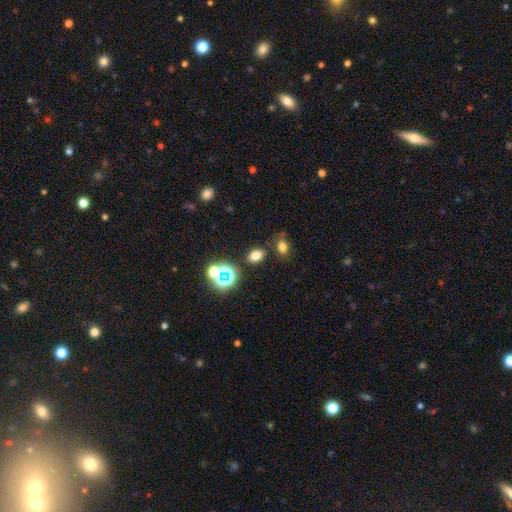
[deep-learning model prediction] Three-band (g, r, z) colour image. It shows a smooth galaxy with no disk features (70%) that is in between round and cigar-shaped (79%). Merging: none (81%).